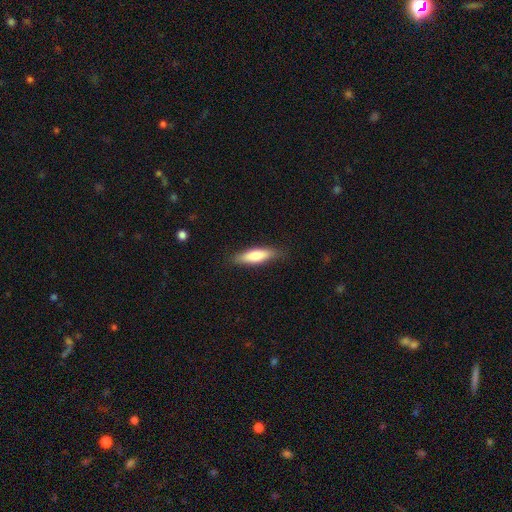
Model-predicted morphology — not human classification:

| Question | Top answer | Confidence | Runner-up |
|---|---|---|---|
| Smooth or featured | smooth | 75% | featured or disk (20%) |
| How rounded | cigar-shaped | 57% | in between (41%) |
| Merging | none | 85% | minor disturbance (12%) |